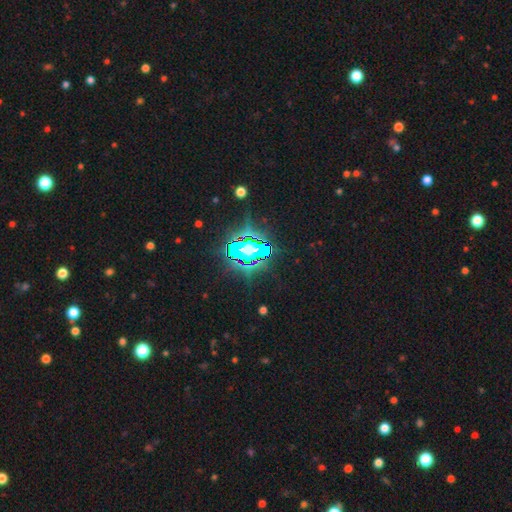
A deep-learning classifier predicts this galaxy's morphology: smooth-or-featured: star or artifact: 85% | smooth: 9% | featured or disk: 6%